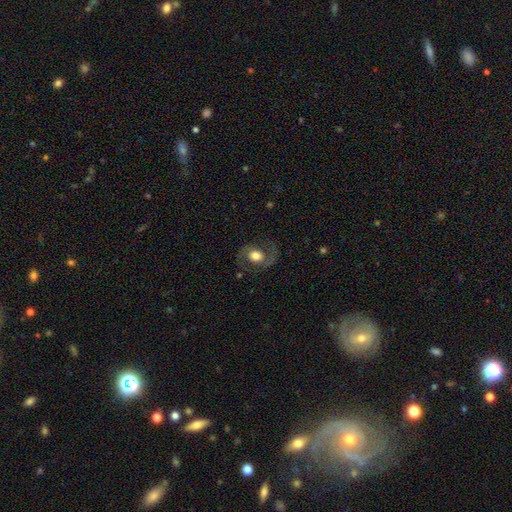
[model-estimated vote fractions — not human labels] A featured or disk galaxy (67%) with no bar (67%), 2 (90%) medium (51%) spiral arms (85%) and a moderate central bulge (50%).

Vote fractions:
- Smooth or featured? featured or disk: 67% / smooth: 25% / star or artifact: 8%
- Edge-on disk? no: 97% / yes: 3%
- Bar? no: 67% / weak: 26% / strong: 7%
- Spiral arms? yes: 85% / no: 15%
- Spiral winding? medium: 51% / loose: 36% / tight: 13%
- Spiral arm count? 2: 90% / 1: 4% / can't tell: 3% / 3: 1% / 4: 1% / more than 4: 1%
- Bulge size? moderate: 50% / large: 39% / small: 5% / dominant: 5% / none: 1%
- Merging? none: 73% / minor disturbance: 14% / major disturbance: 11% / merger: 1%